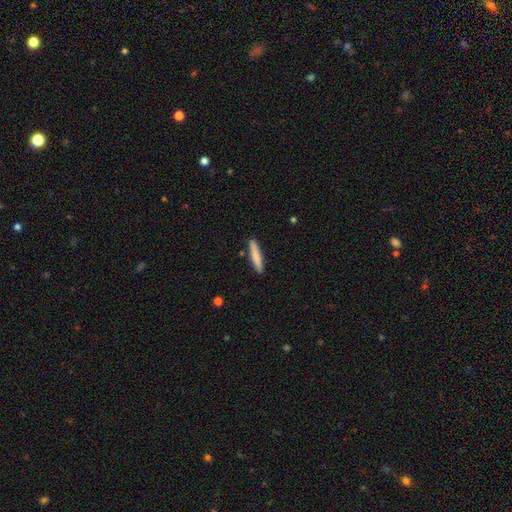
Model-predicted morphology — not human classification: A smooth galaxy with no disk features (79%) that is cigar-shaped (91%). Merging: none (89%).